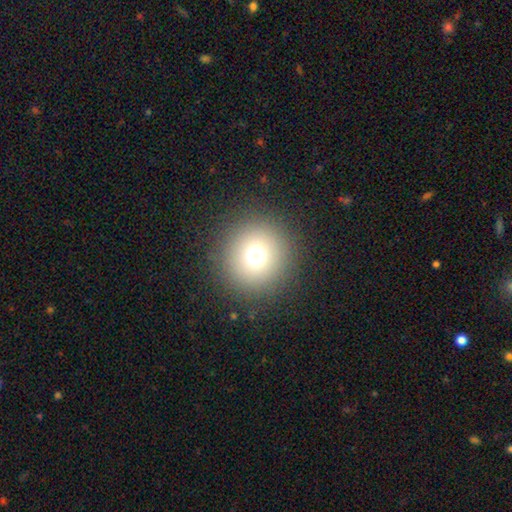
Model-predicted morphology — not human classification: Smooth or featured?
  - smooth: 72% *
  - star or artifact: 18%
  - featured or disk: 10%
How rounded?
  - round: 95% *
  - in between: 4%
  - cigar-shaped: 1%
Merging?
  - none: 91% *
  - minor disturbance: 5%
  - major disturbance: 3%
  - merger: 1%